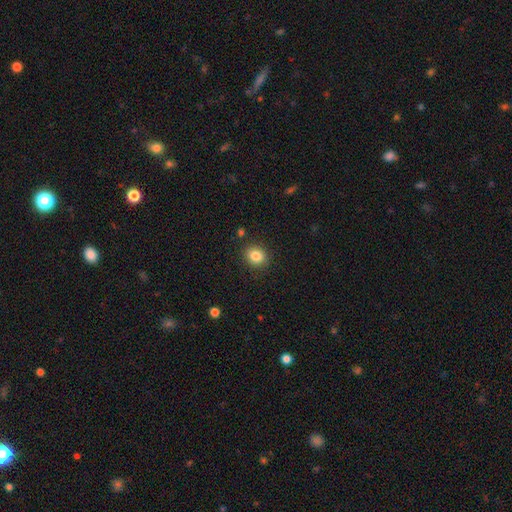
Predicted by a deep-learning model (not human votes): Smooth or featured: smooth — 84% (star or artifact — 10%)
How rounded: round — 69% (in between — 30%)
Merging: none — 88% (minor disturbance — 8%)